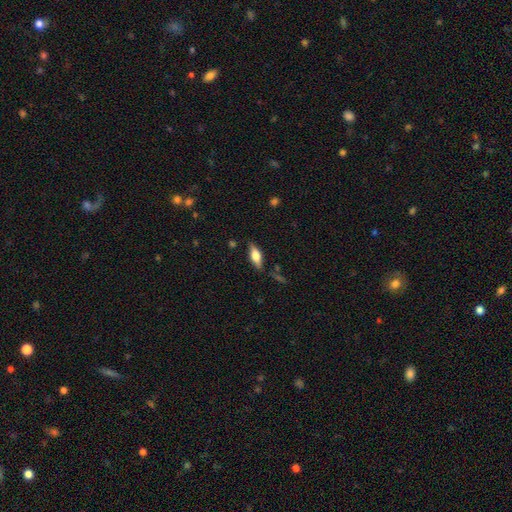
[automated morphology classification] Smooth or featured? smooth (59%)
How rounded? in between (69%)
Merging? none (80%)